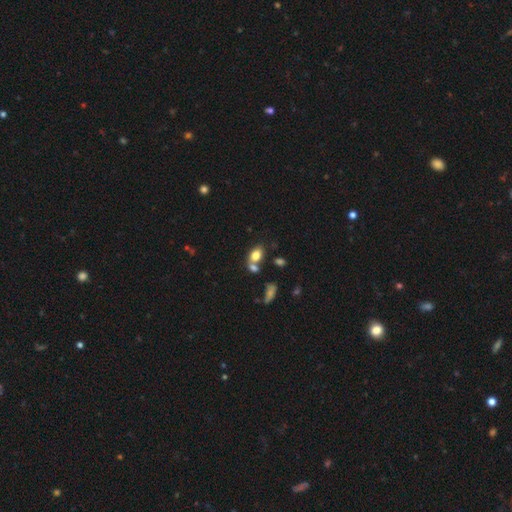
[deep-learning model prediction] smooth 78%, featured or disk 12%, star or artifact 10%. Down the decision tree: how rounded — in between (80%); merging — none (47%).